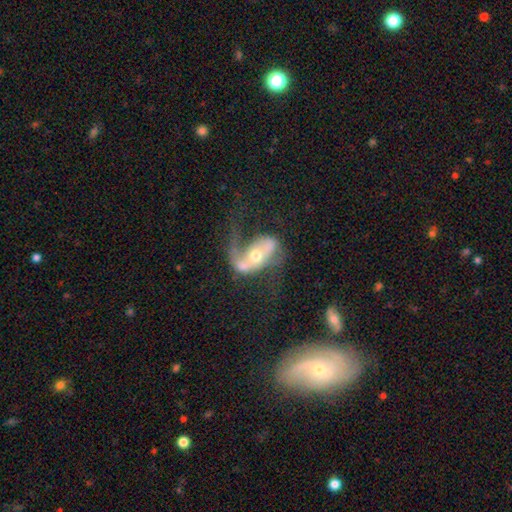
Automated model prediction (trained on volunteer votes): A featured or disk galaxy (77%) with no bar (48%), 2 (69%) loose (65%) spiral arms (83%) and a moderate central bulge (66%). Merging: major disturbance (32%, tied with none).